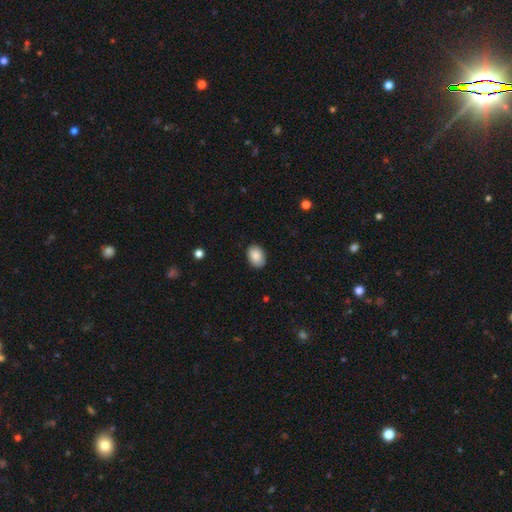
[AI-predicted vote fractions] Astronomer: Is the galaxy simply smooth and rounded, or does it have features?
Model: smooth — 87%.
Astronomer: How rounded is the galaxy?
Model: in between — 82%.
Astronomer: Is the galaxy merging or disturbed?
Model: none — 86%.